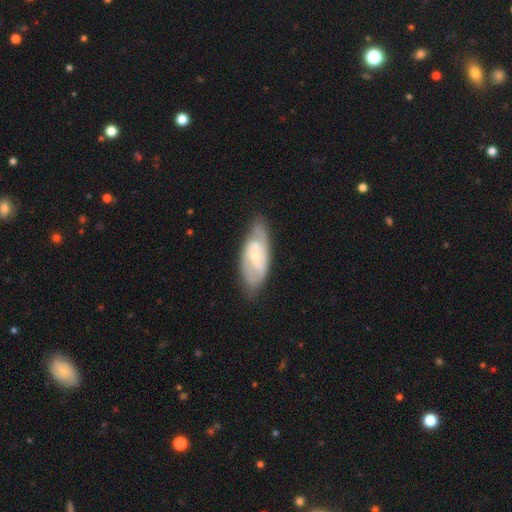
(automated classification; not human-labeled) Q: Smooth or featured?
A: featured or disk (71%); runner-up: smooth (23%)
Q: Edge-on disk?
A: no (90%); runner-up: yes (10%)
Q: Bar?
A: no (50%); runner-up: weak (38%)
Q: Spiral arms?
A: yes (81%); runner-up: no (19%)
Q: Spiral winding?
A: tight (46%); runner-up: medium (40%)
Q: Spiral arm count?
A: 2 (58%); runner-up: can't tell (29%)
Q: Bulge size?
A: small (63%); runner-up: moderate (32%)
Q: Merging?
A: none (71%); runner-up: minor disturbance (21%)